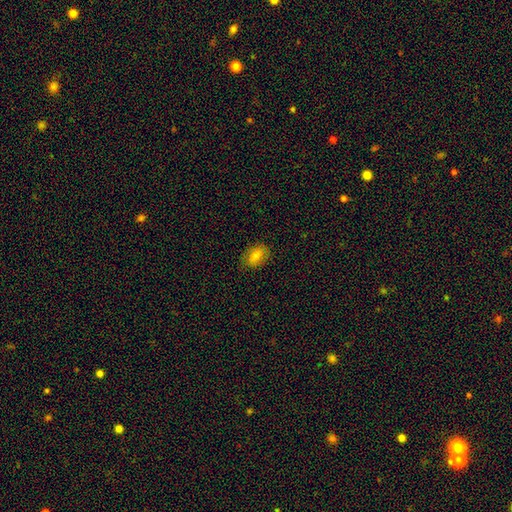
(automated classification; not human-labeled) Smooth or featured? smooth (75%)
How rounded? in between (80%)
Merging? none (81%)